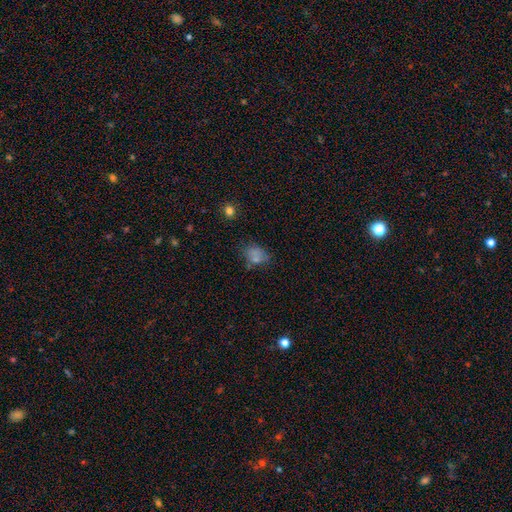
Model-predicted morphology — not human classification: Smooth or featured? smooth (71%)
How rounded? in between (68%)
Merging? none (49%)